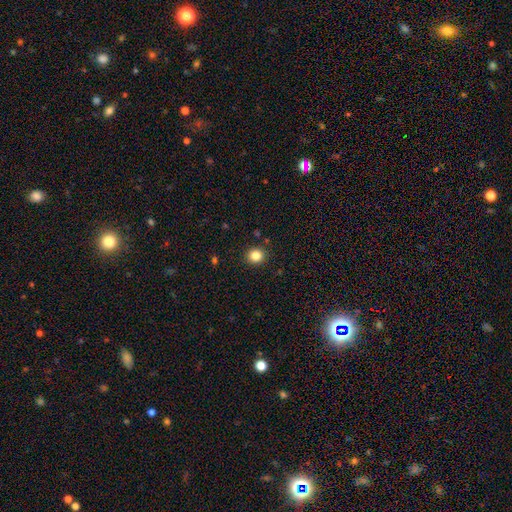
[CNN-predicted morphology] Smooth or featured: smooth — 84% (star or artifact — 12%)
How rounded: round — 89% (in between — 11%)
Merging: none — 91% (minor disturbance — 6%)